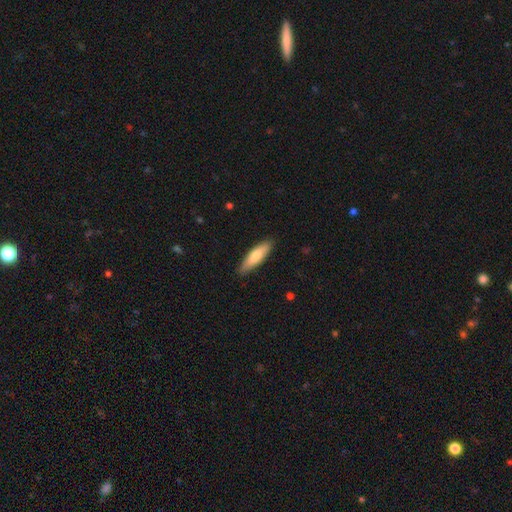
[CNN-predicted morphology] This appears to be a smooth galaxy with no disk features (70%) that is cigar-shaped (66%). Merging: none (87%).